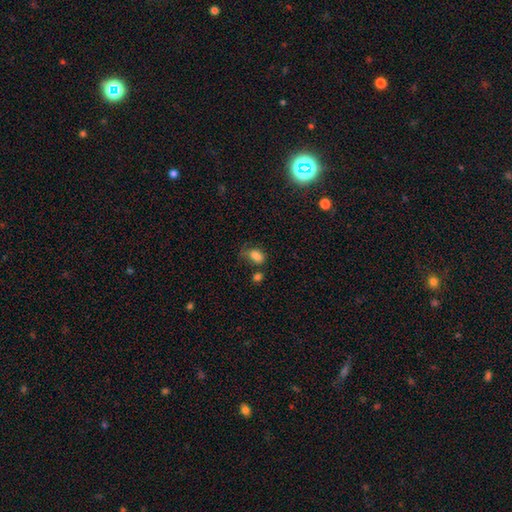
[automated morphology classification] smooth-or-featured: smooth: 81% | star or artifact: 12% | featured or disk: 7%
  how-rounded: in between: 86% | round: 11% | cigar-shaped: 2%
  merging: none: 39% | minor disturbance: 30% | major disturbance: 18% | merger: 13%